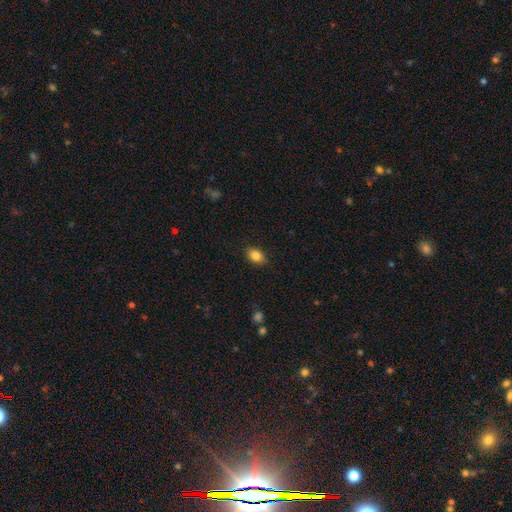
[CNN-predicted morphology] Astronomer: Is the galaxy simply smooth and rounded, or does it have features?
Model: smooth — 85%.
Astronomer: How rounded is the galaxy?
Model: in between — 78%.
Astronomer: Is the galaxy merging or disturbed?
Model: none — 88%.